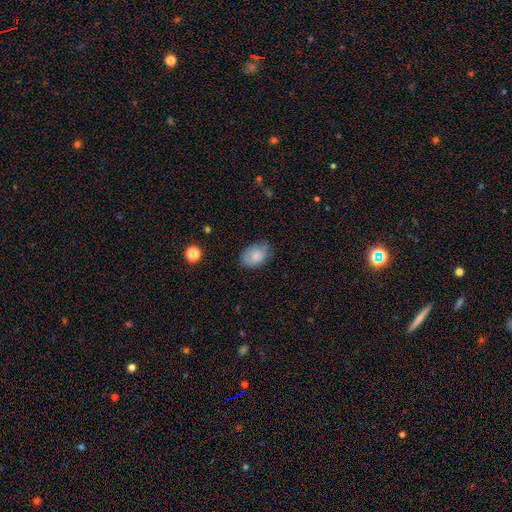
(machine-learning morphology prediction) This is likely a smooth galaxy (76%). How rounded: clearly in between (84%). Merging: likely none (68%).